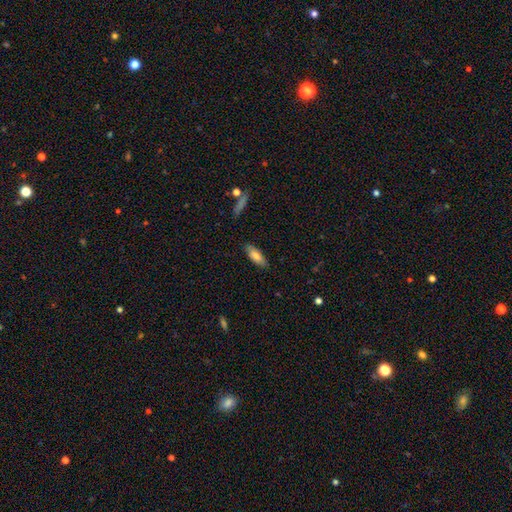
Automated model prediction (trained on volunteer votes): This is likely a smooth galaxy (78%). How rounded: likely in between (66%). Merging: clearly none (84%).